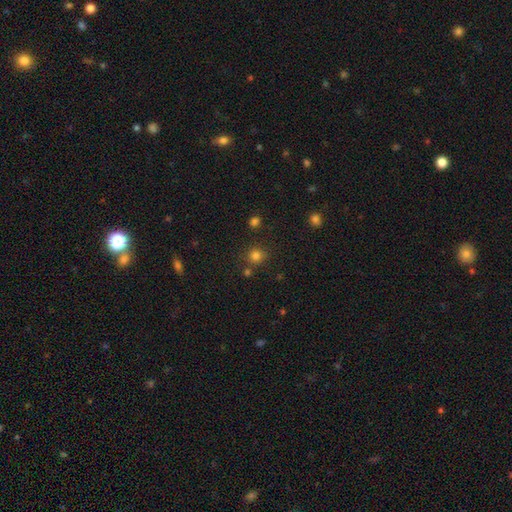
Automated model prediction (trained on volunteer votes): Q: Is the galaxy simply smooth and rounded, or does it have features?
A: smooth — 79%.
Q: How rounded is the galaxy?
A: round — 89%.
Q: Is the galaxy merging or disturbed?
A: none — 77%.